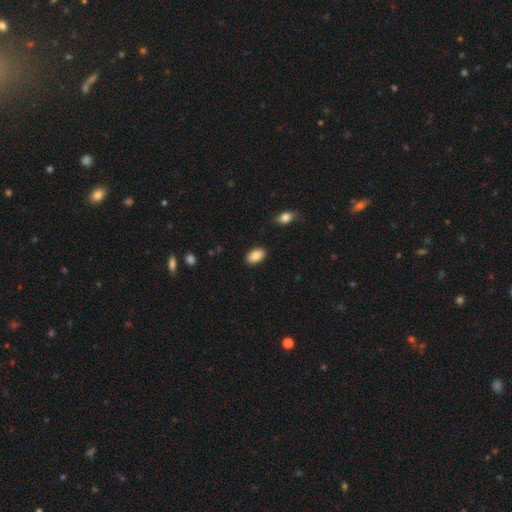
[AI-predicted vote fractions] Overall: smooth (88%). How rounded: in between (92%). Merging: none (88%).